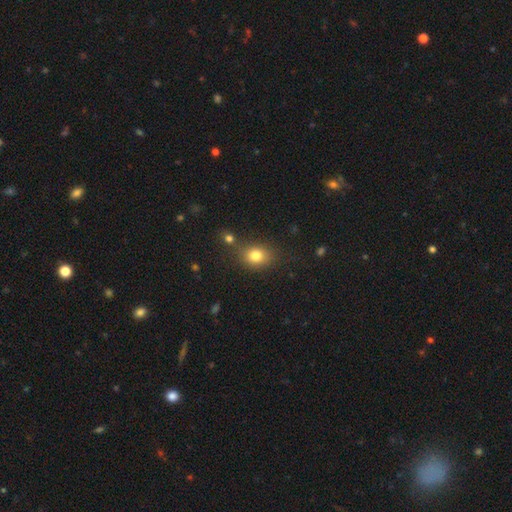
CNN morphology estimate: This is likely a smooth galaxy (79%). How rounded: possibly round (52%). Merging: likely none (69%).